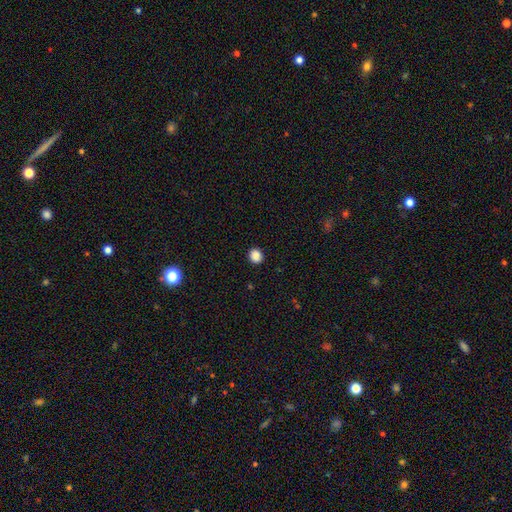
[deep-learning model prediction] smooth_or_featured: smooth (p=0.88) [alt: star or artifact p=0.10]
how_rounded: round (p=0.81) [alt: in between p=0.18]
merging: none (p=0.92) [alt: minor disturbance p=0.05]